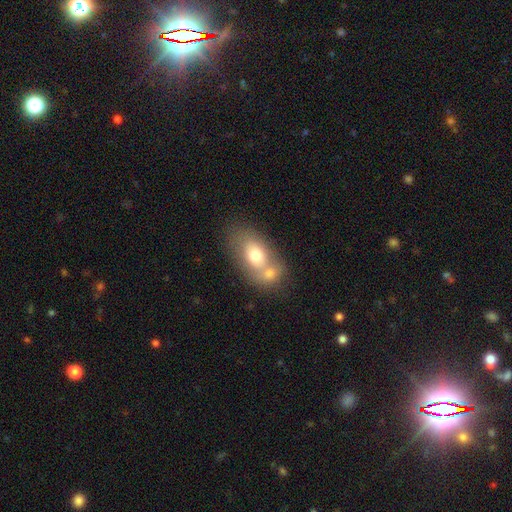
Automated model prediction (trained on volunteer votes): Morphology: type=smooth (69%); roundness=in between (84%); merging=merger (53%).